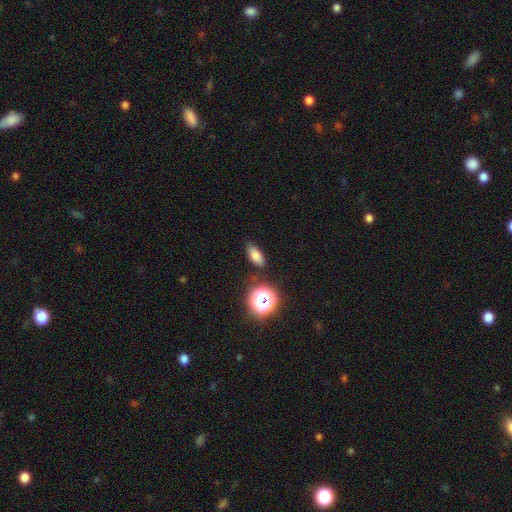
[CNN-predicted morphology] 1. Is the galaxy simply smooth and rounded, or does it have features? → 75% smooth, 16% star or artifact, 9% featured or disk.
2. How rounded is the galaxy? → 80% in between, 10% cigar-shaped, 10% round.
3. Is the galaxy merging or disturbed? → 83% none, 11% minor disturbance, 3% major disturbance, 3% merger.